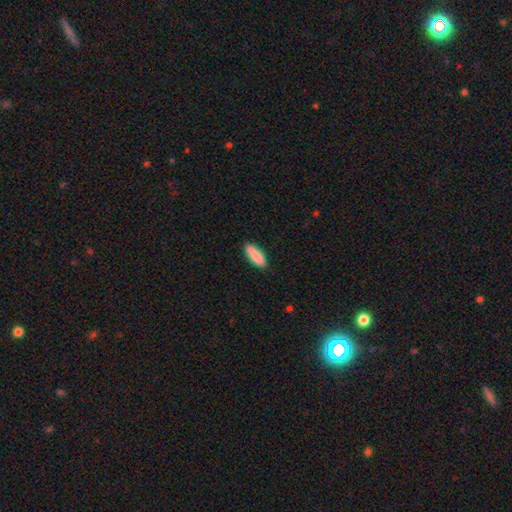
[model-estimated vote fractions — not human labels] A smooth galaxy with no disk features (88%) that is in between round and cigar-shaped (58%).

Vote fractions:
- Smooth or featured? smooth: 88% / featured or disk: 6% / star or artifact: 6%
- How rounded? in between: 58% / cigar-shaped: 40% / round: 2%
- Merging? none: 89% / minor disturbance: 9% / major disturbance: 2% / merger: 1%